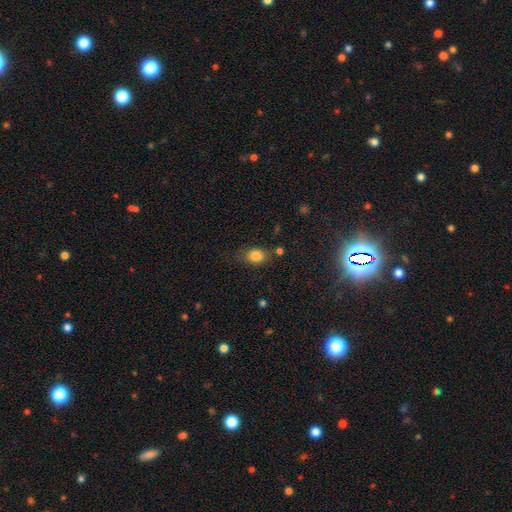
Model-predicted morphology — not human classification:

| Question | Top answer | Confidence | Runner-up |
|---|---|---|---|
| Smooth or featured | smooth | 83% | star or artifact (10%) |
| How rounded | in between | 57% | round (42%) |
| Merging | none | 64% | minor disturbance (23%) |